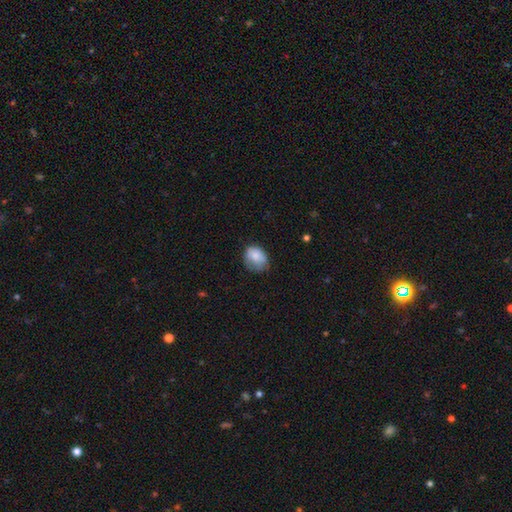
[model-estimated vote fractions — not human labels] Smooth or featured: smooth — 80% (featured or disk — 12%)
How rounded: in between — 53% (round — 47%)
Merging: none — 52% (minor disturbance — 34%)